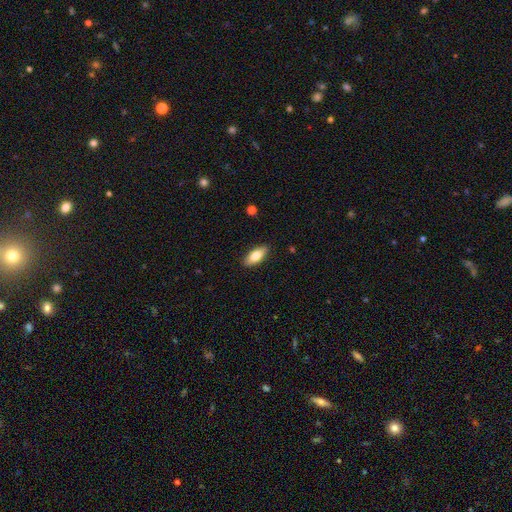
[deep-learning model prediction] The model was most divided on "smooth or featured": smooth: 73%, featured or disk: 21%, star or artifact: 6%. More confident: merging — none (89%); how rounded — in between (77%).